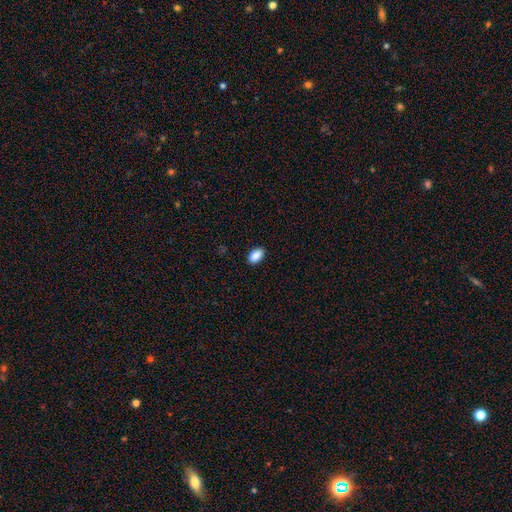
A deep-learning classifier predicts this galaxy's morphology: A smooth galaxy with no disk features (90%) that is in between round and cigar-shaped (93%).

Vote fractions:
- Smooth or featured? smooth: 90% / star or artifact: 7% / featured or disk: 3%
- How rounded? in between: 93% / round: 5% / cigar-shaped: 2%
- Merging? none: 89% / minor disturbance: 8% / major disturbance: 2% / merger: 1%